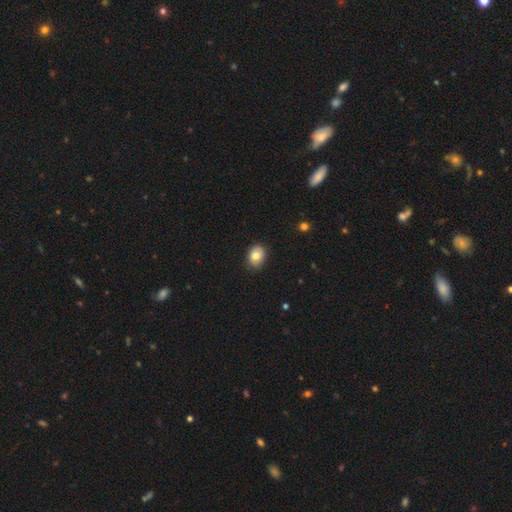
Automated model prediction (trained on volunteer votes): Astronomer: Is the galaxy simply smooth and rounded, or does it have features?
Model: smooth — 76%.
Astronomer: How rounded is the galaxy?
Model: in between — 69%.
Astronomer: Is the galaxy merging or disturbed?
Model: none — 83%.